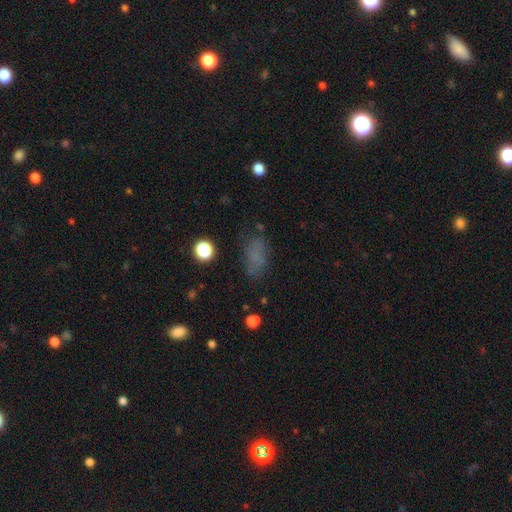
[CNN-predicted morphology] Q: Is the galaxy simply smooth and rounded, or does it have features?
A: smooth — 69%.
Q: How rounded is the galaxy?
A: in between — 84%.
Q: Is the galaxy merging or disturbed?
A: none — 69%.